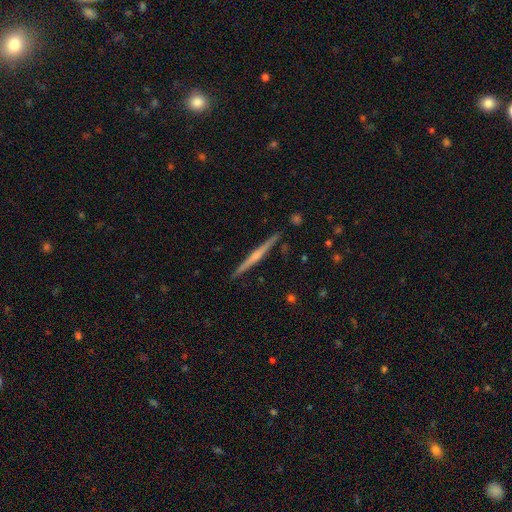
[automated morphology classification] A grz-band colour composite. It shows a featured or disk galaxy (71%) viewed edge-on (98%) with a rounded central bulge (58%). Merging: none (92%).